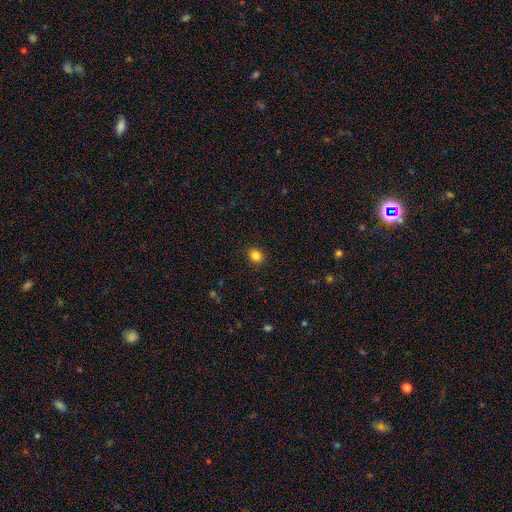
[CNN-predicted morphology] Smooth or featured? Predicted: smooth (p=0.85). How rounded? Predicted: round (p=0.62). Merging? Predicted: none (p=0.90).